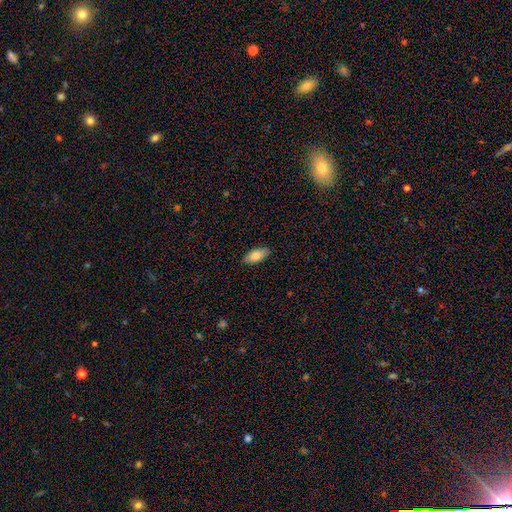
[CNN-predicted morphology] Smooth or featured? smooth (81%)
How rounded? in between (90%)
Merging? none (87%)